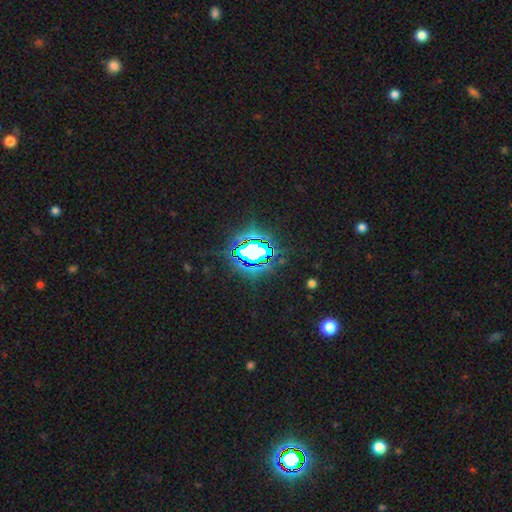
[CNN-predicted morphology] A star or artifact, not a galaxy (73%).

Vote fractions:
- Smooth or featured? star or artifact: 73% / smooth: 16% / featured or disk: 12%